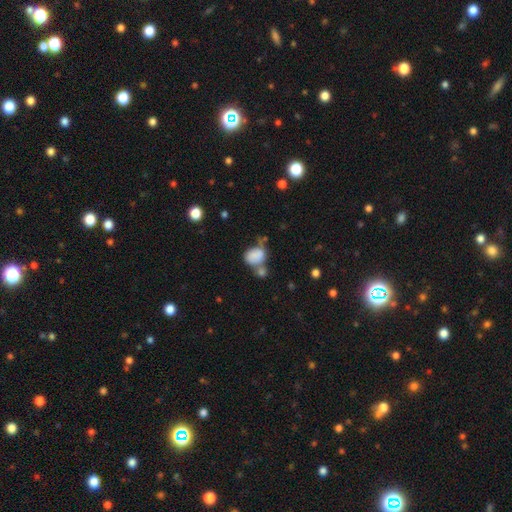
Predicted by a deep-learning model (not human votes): smooth 78%, featured or disk 12%, star or artifact 10%. Down the decision tree: how rounded — in between (57%); merging — merger (39%).